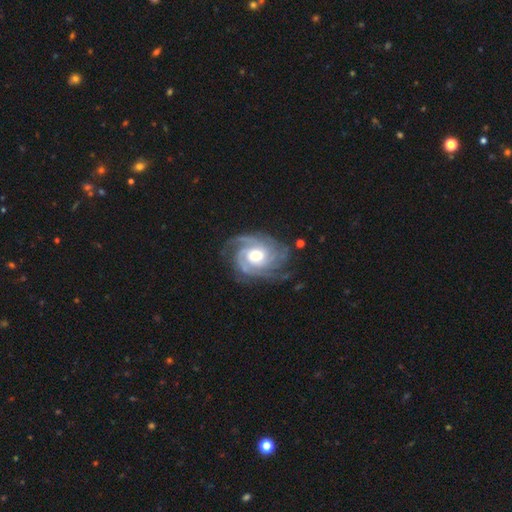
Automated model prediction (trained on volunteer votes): A featured or disk galaxy (91%) with no bar (67%), 3 (39%) tight (67%) spiral arms (98%) and a moderate central bulge (66%). Merging: none (74%).